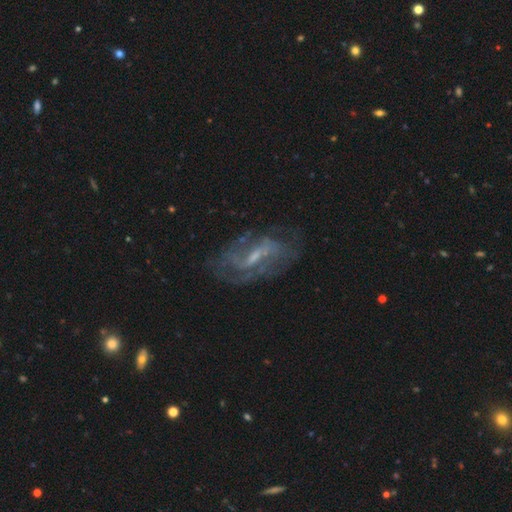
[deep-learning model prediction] This appears to be a featured or disk galaxy (79%) with a weak bar (50%), 2 (45%) medium (45%) spiral arms (83%) and a small central bulge (52%). Merging: none (62%).